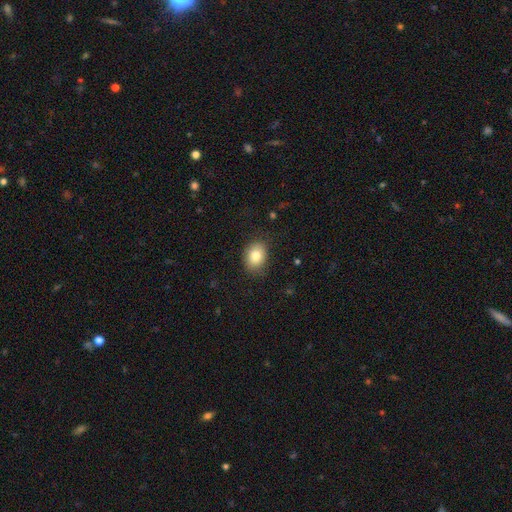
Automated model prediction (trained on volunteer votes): smooth_or_featured: smooth (p=0.83) [alt: featured or disk p=0.09]
how_rounded: in between (p=0.59) [alt: round p=0.40]
merging: none (p=0.83) [alt: minor disturbance p=0.13]